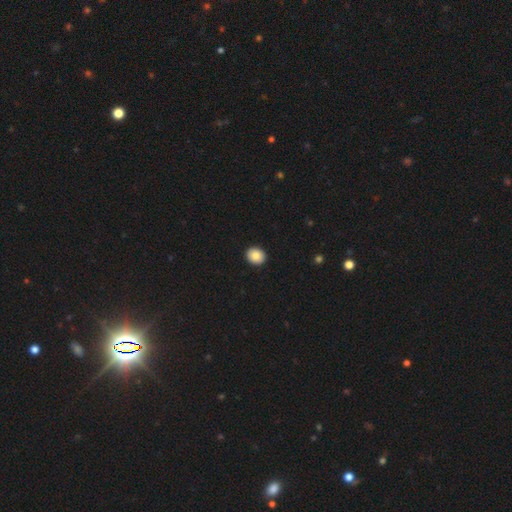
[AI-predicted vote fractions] This appears to be a smooth galaxy with no disk features (84%) that is round (65%). Merging: none (93%).